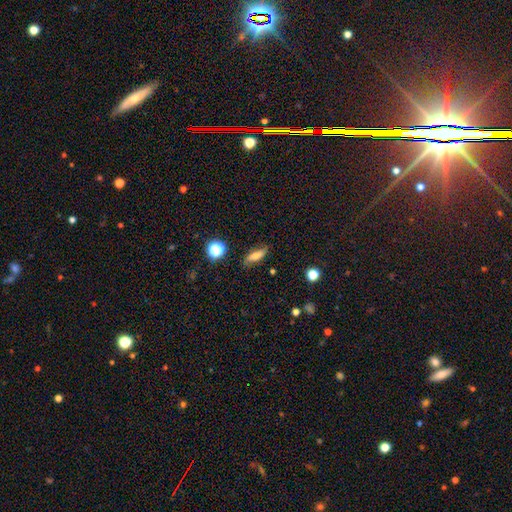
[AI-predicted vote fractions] smooth 57%, featured or disk 31%, star or artifact 11%. Down the decision tree: how rounded — cigar-shaped (49%); merging — none (76%).